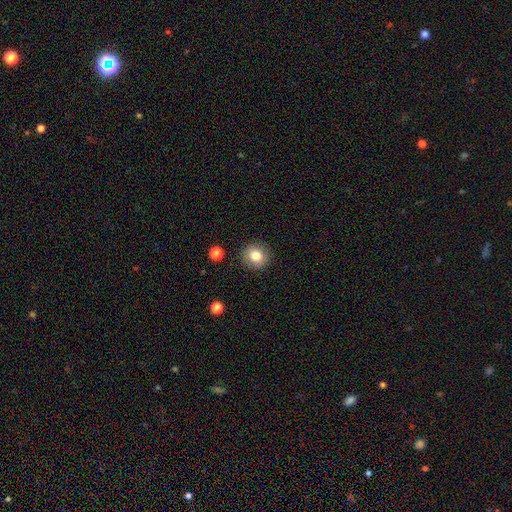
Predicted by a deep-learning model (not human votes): Overall: smooth (82%). How rounded: round (88%). Merging: none (89%).